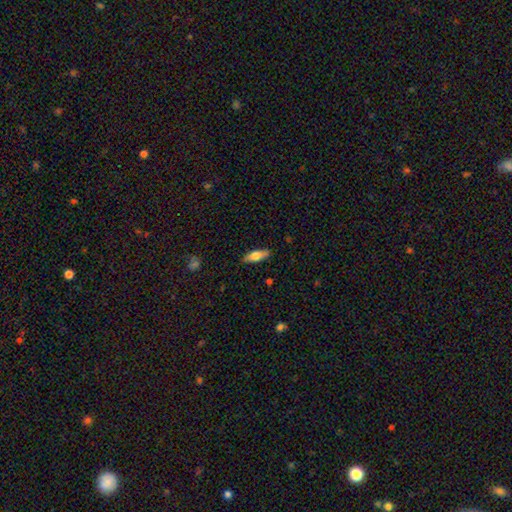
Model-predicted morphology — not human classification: A smooth galaxy with no disk features (68%) that is in between round and cigar-shaped (62%).

Vote fractions:
- Smooth or featured? smooth: 68% / featured or disk: 26% / star or artifact: 6%
- How rounded? in between: 62% / cigar-shaped: 36% / round: 2%
- Merging? none: 87% / minor disturbance: 10% / major disturbance: 2% / merger: 1%